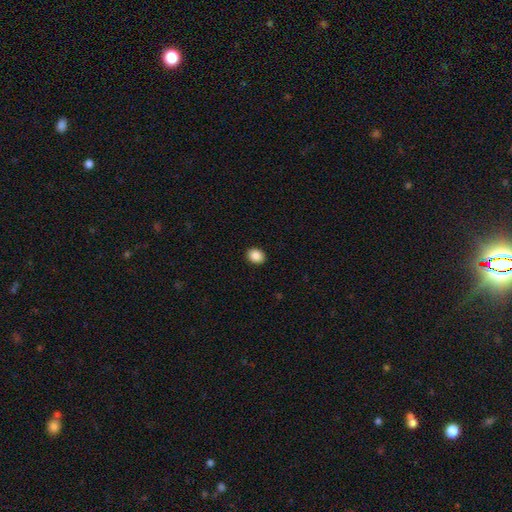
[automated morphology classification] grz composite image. It shows a smooth galaxy with no disk features (88%) that is in between round and cigar-shaped (50%). Merging: none (92%).